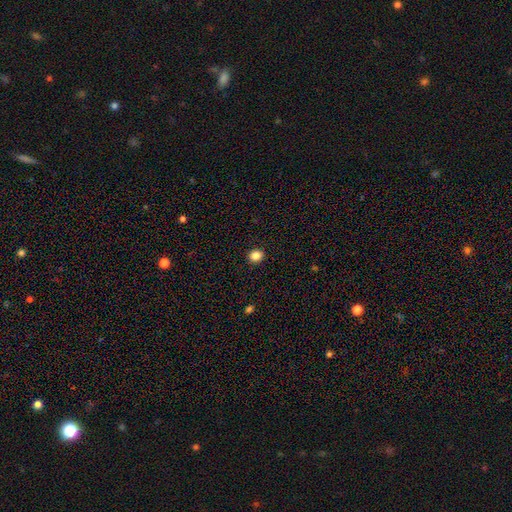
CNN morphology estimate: smooth-or-featured: smooth: 84% | star or artifact: 11% | featured or disk: 4%
  how-rounded: round: 78% | in between: 21% | cigar-shaped: 1%
  merging: none: 92% | minor disturbance: 5% | major disturbance: 2% | merger: 1%